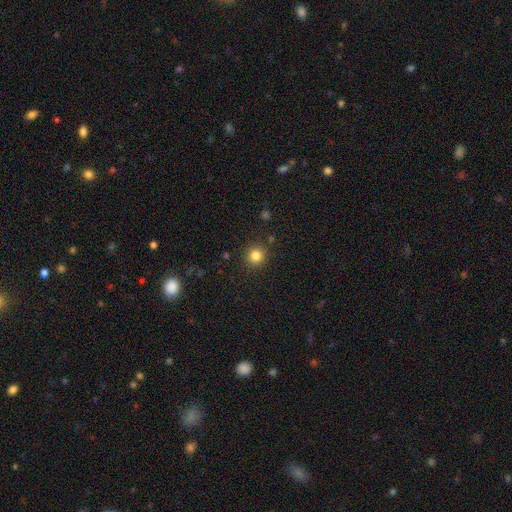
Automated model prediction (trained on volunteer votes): Q: Smooth or featured?
A: smooth (83%); runner-up: star or artifact (12%)
Q: How rounded?
A: round (92%); runner-up: in between (7%)
Q: Merging?
A: none (89%); runner-up: minor disturbance (7%)